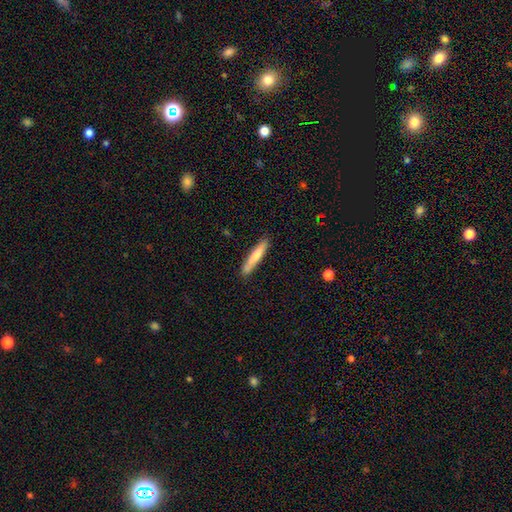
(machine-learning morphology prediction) type=smooth (69%); roundness=cigar-shaped (92%); merging=none (85%).